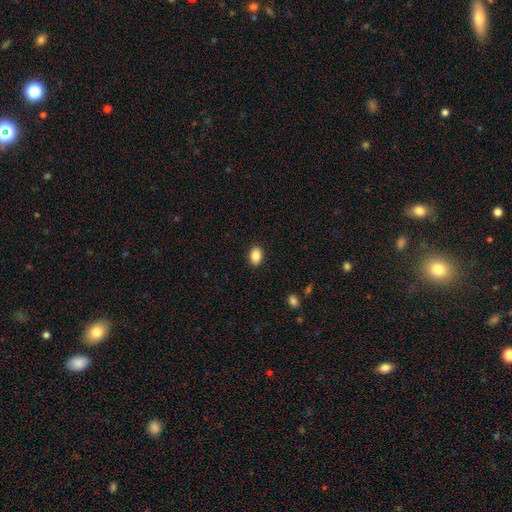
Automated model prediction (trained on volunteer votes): A smooth galaxy with no disk features (87%) that is in between round and cigar-shaped (81%). Merging: none (90%).